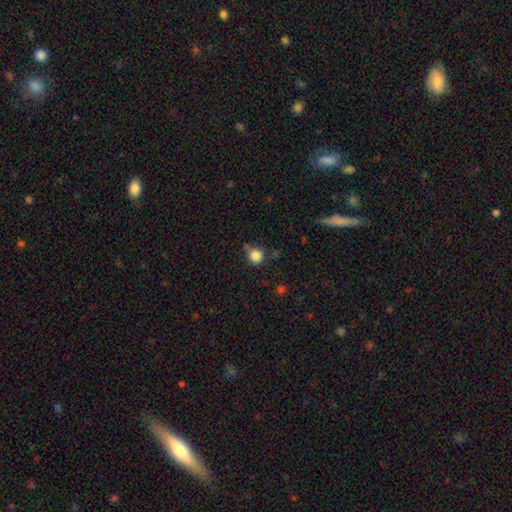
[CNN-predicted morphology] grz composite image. It shows a smooth galaxy with no disk features (84%) that is round (92%). Merging: none (72%).